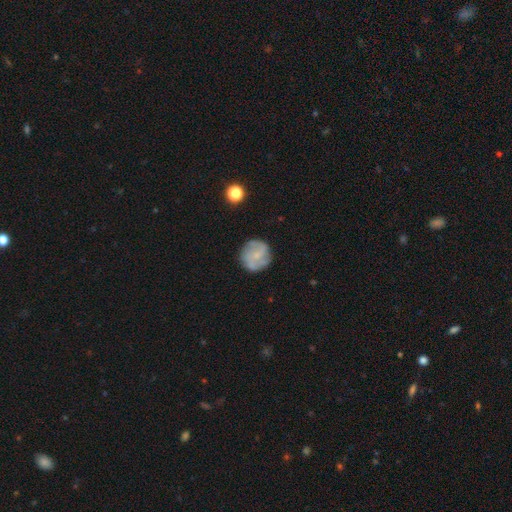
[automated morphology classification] The model was most divided on "smooth or featured": featured or disk: 51%, smooth: 42%, star or artifact: 7%. More confident: edge-on disk — no (98%); merging — none (78%).